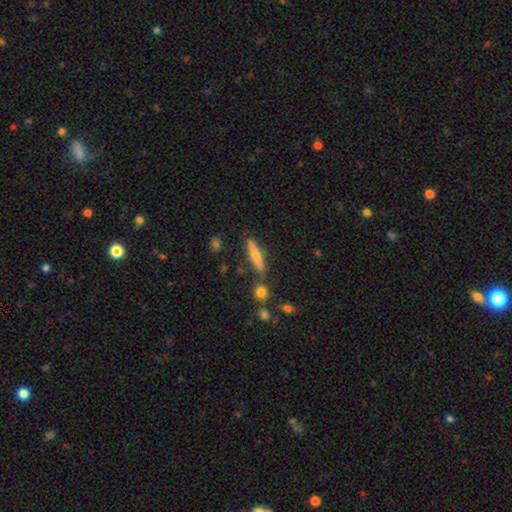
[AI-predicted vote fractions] Overall: smooth (57%; featured or disk 36%). How rounded: cigar-shaped (84%). Merging: none (79%).